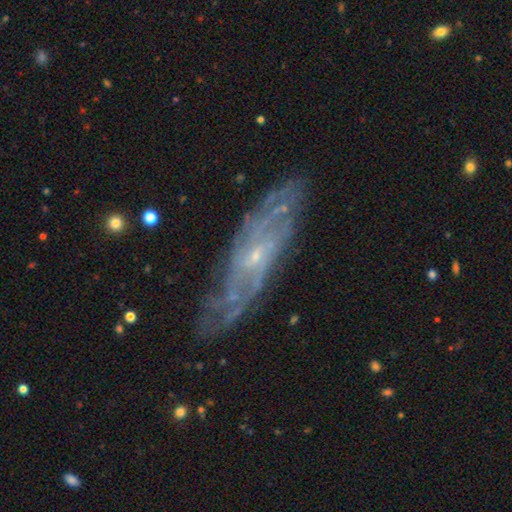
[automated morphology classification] smooth_or_featured: featured or disk (p=0.77) [alt: smooth p=0.15]
disk_edge_on: no (p=0.70) [alt: yes p=0.30]
bar: no (p=0.66) [alt: weak p=0.28]
has_spiral_arms: yes (p=0.83) [alt: no p=0.17]
bulge_size: small (p=0.79) [alt: moderate p=0.15]
merging: none (p=0.79) [alt: minor disturbance p=0.15]